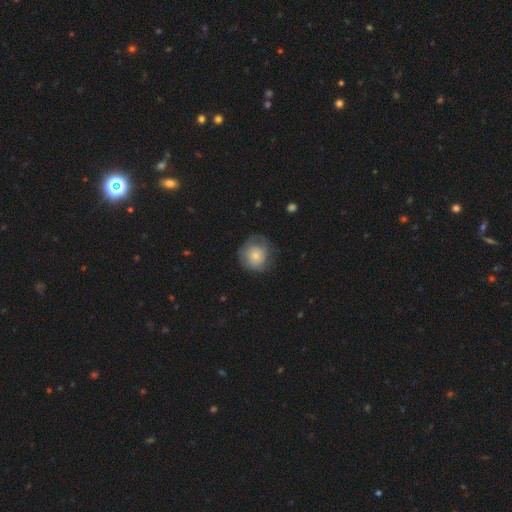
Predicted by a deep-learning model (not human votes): smooth-or-featured: smooth: 66% | featured or disk: 27% | star or artifact: 7%
  how-rounded: round: 88% | in between: 11% | cigar-shaped: 1%
  merging: none: 60% | minor disturbance: 25% | major disturbance: 13% | merger: 1%